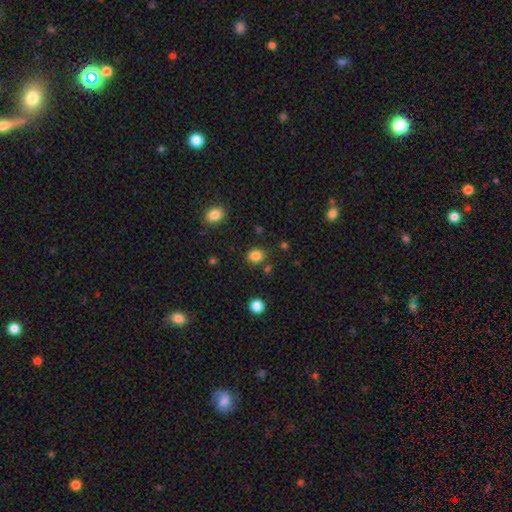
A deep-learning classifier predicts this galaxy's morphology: A smooth galaxy with no disk features (84%) that is round (63%). Merging: none (83%).